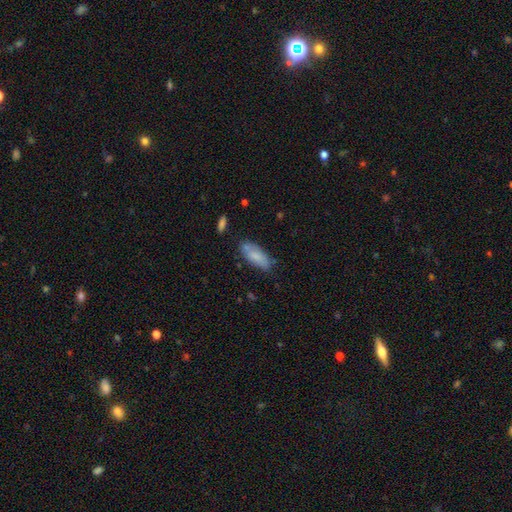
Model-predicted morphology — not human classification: smooth-or-featured: smooth: 77% | featured or disk: 17% | star or artifact: 7%
  how-rounded: in between: 75% | cigar-shaped: 23% | round: 2%
  merging: none: 71% | minor disturbance: 20% | merger: 5% | major disturbance: 4%